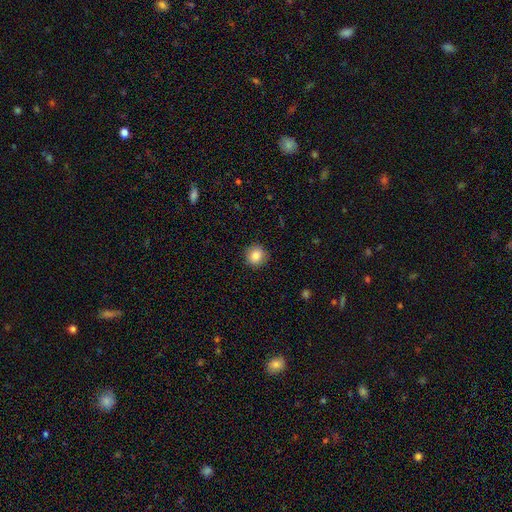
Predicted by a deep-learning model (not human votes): A smooth galaxy with no disk features (85%) that is round (92%). Merging: none (91%).